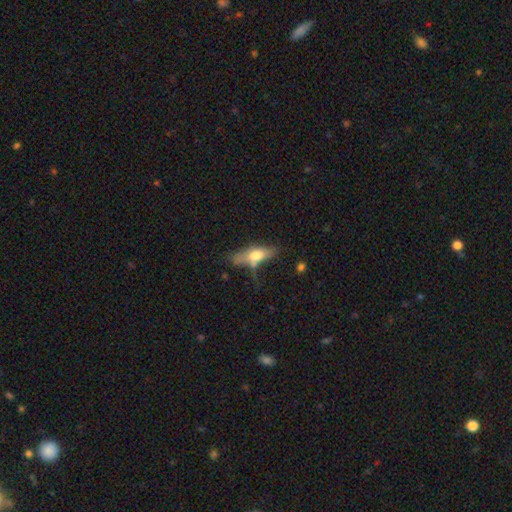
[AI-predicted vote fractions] Smooth or featured? smooth (62%)
How rounded? in between (61%)
Merging? none (44%)